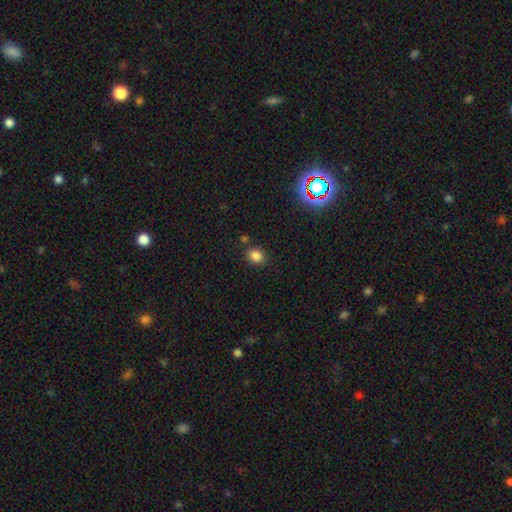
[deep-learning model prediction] Smooth or featured?
  - smooth: 82% *
  - star or artifact: 13%
  - featured or disk: 4%
How rounded?
  - round: 64% *
  - in between: 35%
  - cigar-shaped: 1%
Merging?
  - none: 81% *
  - minor disturbance: 10%
  - merger: 6%
  - major disturbance: 3%